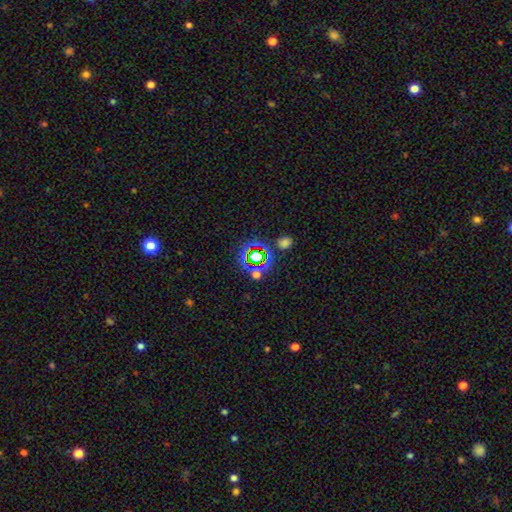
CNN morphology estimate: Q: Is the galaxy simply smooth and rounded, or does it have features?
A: star or artifact — 65%.